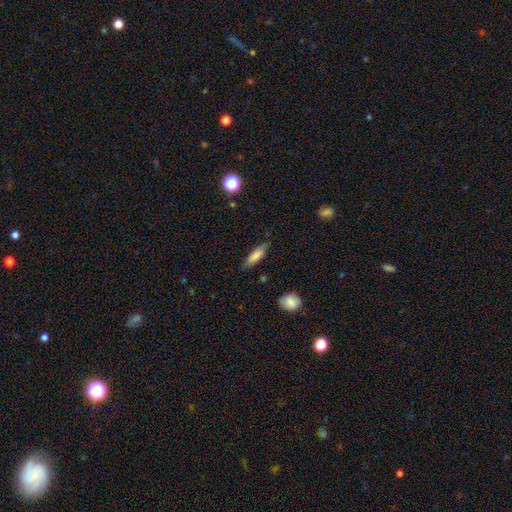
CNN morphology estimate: Overall: smooth (78%). How rounded: cigar-shaped (56%; in between 42%). Merging: none (79%).